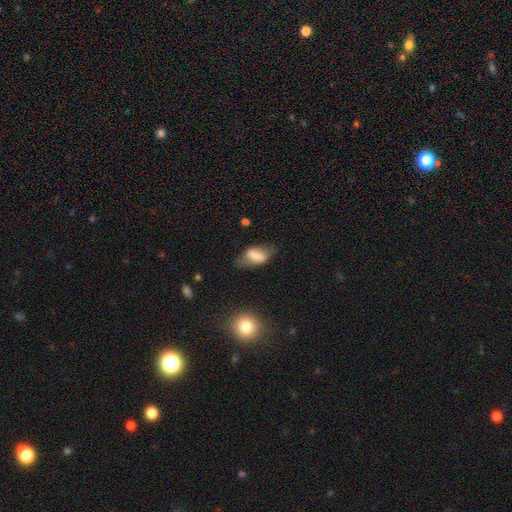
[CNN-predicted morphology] A smooth galaxy with no disk features (66%) that is in between round and cigar-shaped (86%).

Vote fractions:
- Smooth or featured? smooth: 66% / featured or disk: 25% / star or artifact: 9%
- How rounded? in between: 86% / cigar-shaped: 7% / round: 7%
- Merging? none: 50% / minor disturbance: 30% / major disturbance: 16% / merger: 4%